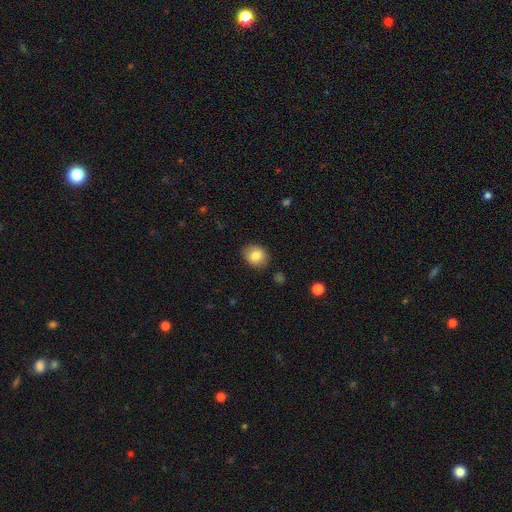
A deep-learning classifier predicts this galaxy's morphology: This appears to be a smooth galaxy with no disk features (81%) that is round (54%). Merging: none (84%).